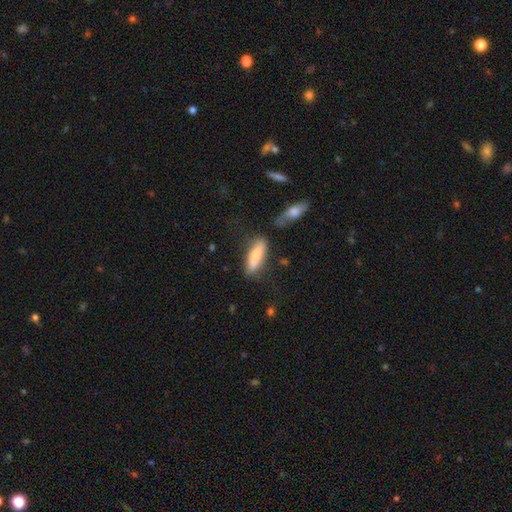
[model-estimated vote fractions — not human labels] This appears to be a smooth galaxy with no disk features (69%) that is cigar-shaped (55%). Merging: none (73%).